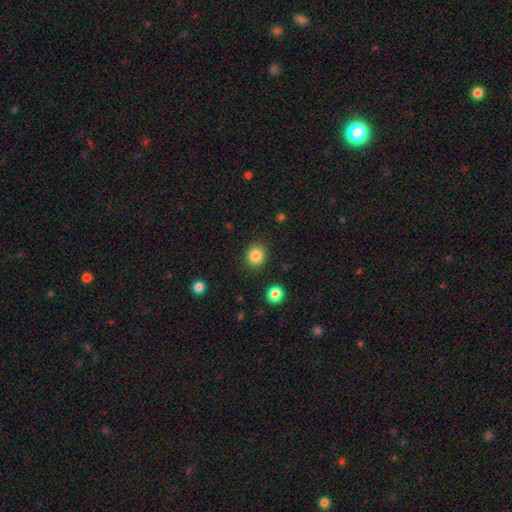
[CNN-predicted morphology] Overall: smooth (85%). How rounded: round (84%). Merging: none (90%).